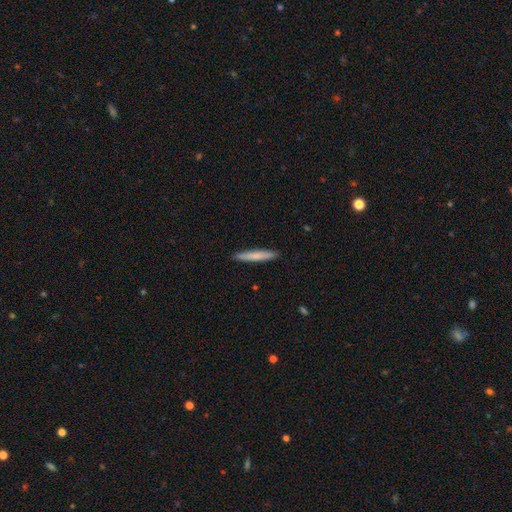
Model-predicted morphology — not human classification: Overall: smooth (75%). How rounded: cigar-shaped (95%). Merging: none (91%).